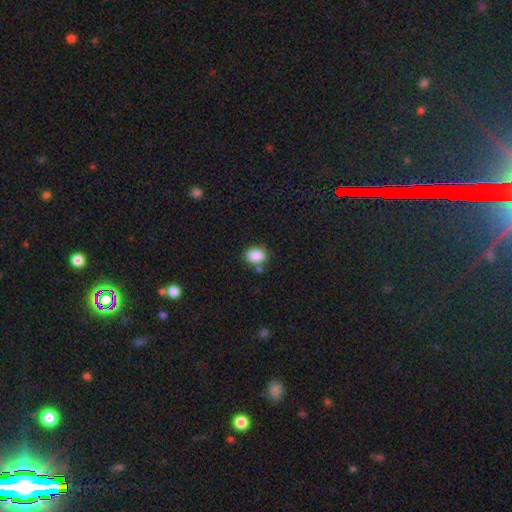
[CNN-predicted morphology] This appears to be a smooth galaxy with no disk features (87%) that is in between round and cigar-shaped (60%). Merging: none (72%).